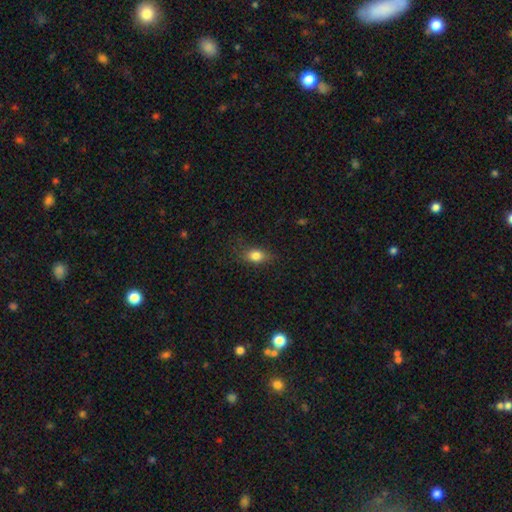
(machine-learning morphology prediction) A smooth galaxy with no disk features (81%) that is in between round and cigar-shaped (75%). Merging: none (75%).